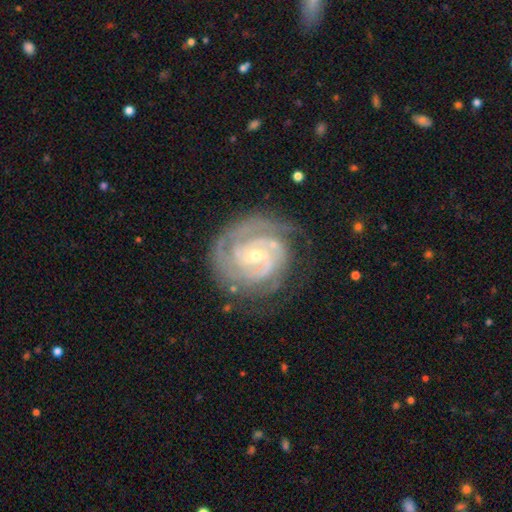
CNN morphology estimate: Q: Smooth or featured?
A: featured or disk (91%); runner-up: star or artifact (5%)
Q: Edge-on disk?
A: no (98%); runner-up: yes (2%)
Q: Bar?
A: no (50%); runner-up: weak (38%)
Q: Spiral arms?
A: yes (98%); runner-up: no (2%)
Q: Spiral winding?
A: tight (75%); runner-up: medium (22%)
Q: Spiral arm count?
A: 2 (33%); runner-up: 3 (31%)
Q: Bulge size?
A: small (71%); runner-up: moderate (26%)
Q: Merging?
A: none (71%); runner-up: minor disturbance (20%)